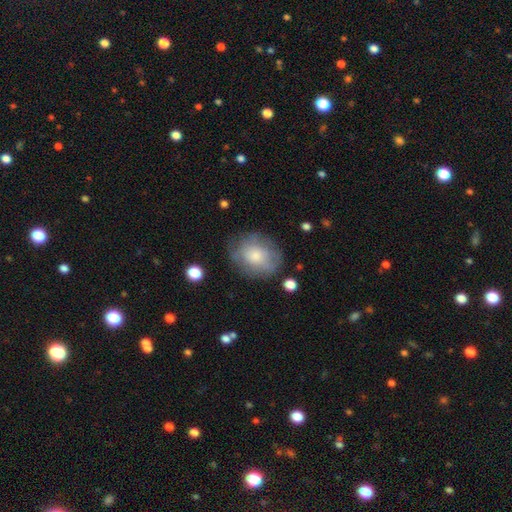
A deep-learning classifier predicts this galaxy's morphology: Smooth or featured? smooth (70%)
How rounded? round (60%)
Merging? none (68%)